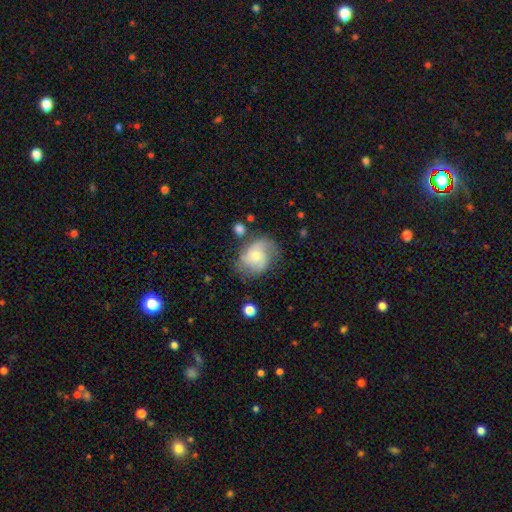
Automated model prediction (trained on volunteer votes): The model was most divided on "bulge size": small: 48%, moderate: 46%, large: 3%, none: 2%, dominant: 1%. Remaining: edge-on disk — no (97%); spiral arms — yes (89%); bar — no (72%); smooth or featured — featured or disk (63%); merging — none (60%); spiral arm count — 2 (47%); spiral winding — medium (46%).